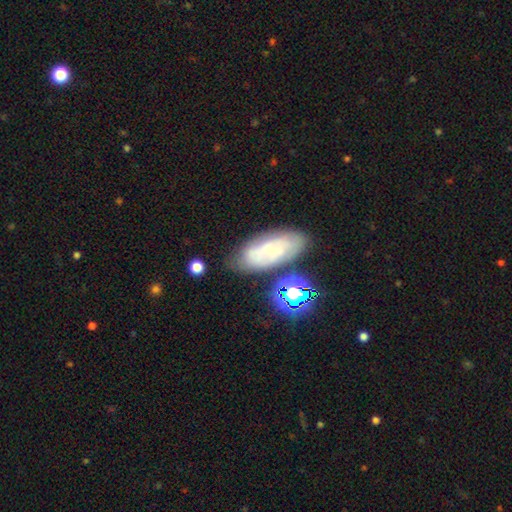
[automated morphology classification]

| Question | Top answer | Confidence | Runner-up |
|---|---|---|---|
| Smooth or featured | smooth | 47% | featured or disk (41%) |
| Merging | none | 62% | minor disturbance (21%) |